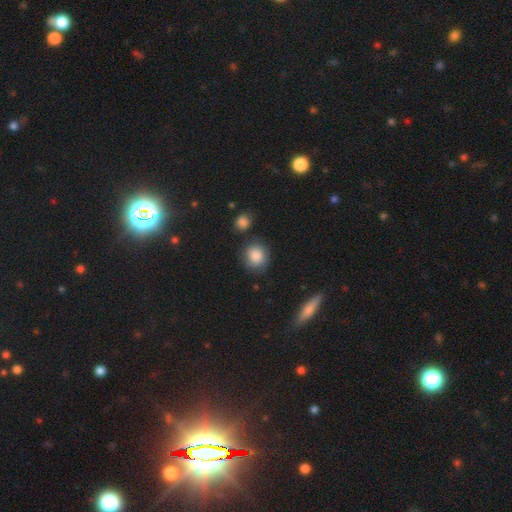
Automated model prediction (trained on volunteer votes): This is clearly a smooth galaxy (82%). How rounded: clearly round (84%). Merging: likely none (75%).